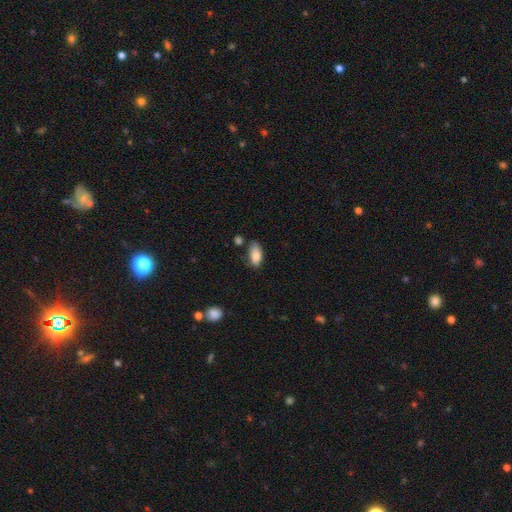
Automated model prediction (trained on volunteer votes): Smooth or featured: smooth — 85% (featured or disk — 8%)
How rounded: in between — 90% (cigar-shaped — 7%)
Merging: none — 65% (minor disturbance — 25%)